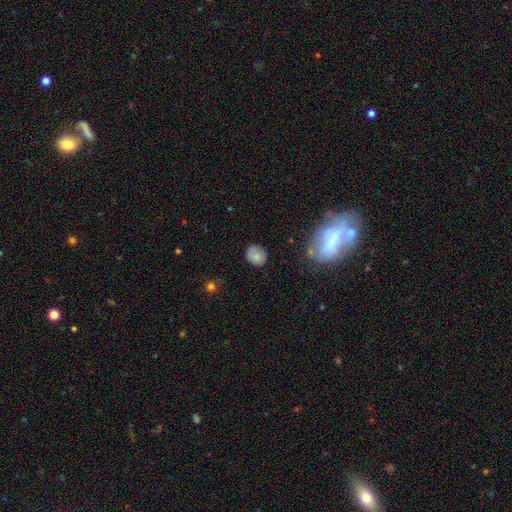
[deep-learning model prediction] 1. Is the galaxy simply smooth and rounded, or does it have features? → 79% smooth, 11% featured or disk, 10% star or artifact.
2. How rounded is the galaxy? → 68% round, 31% in between, 1% cigar-shaped.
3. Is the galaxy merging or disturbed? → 78% none, 17% minor disturbance, 4% major disturbance, 2% merger.